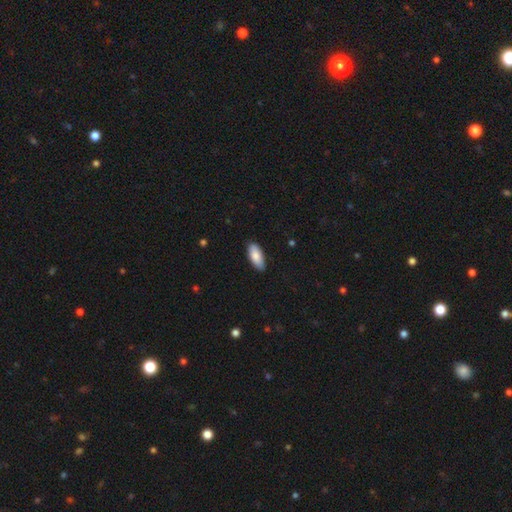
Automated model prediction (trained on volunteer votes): Overall: smooth (85%). How rounded: in between (89%). Merging: none (86%).